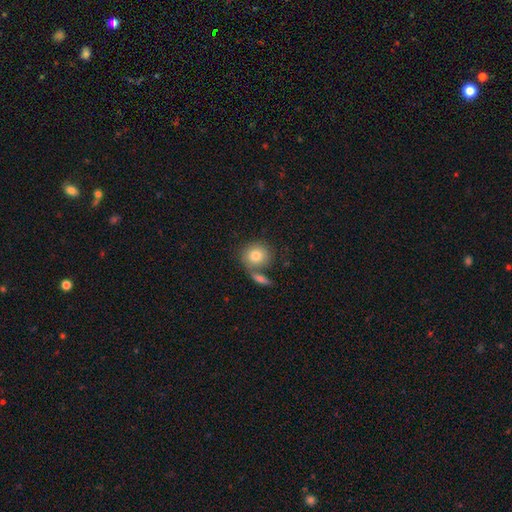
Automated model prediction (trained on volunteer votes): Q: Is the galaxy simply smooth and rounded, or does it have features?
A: smooth — 79%.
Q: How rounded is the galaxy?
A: round — 82%.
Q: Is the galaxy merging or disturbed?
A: none — 55%.